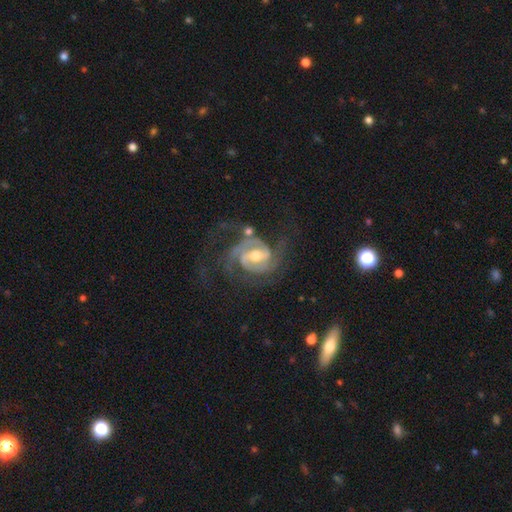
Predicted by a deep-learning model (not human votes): featured or disk 92%, star or artifact 4%, smooth 4%. Down the decision tree: edge-on disk — no (98%); bar — weak (47%); spiral arms — yes (98%); spiral arm count — 2 (50%); spiral winding — tight (50%); bulge size — moderate (70%); merging — none (56%).